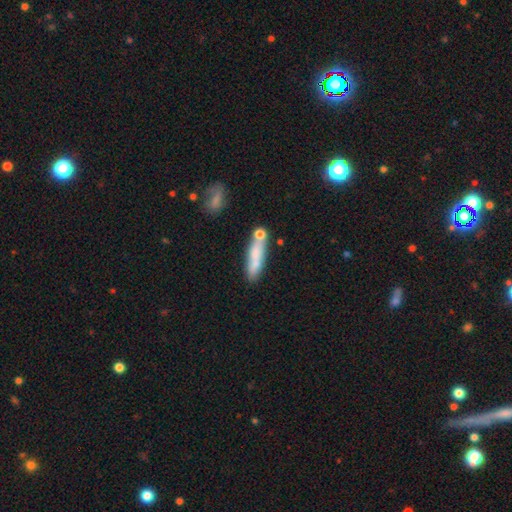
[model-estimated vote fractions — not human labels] This appears to be a smooth galaxy with no disk features (67%) that is cigar-shaped (74%). Merging: none (58%).